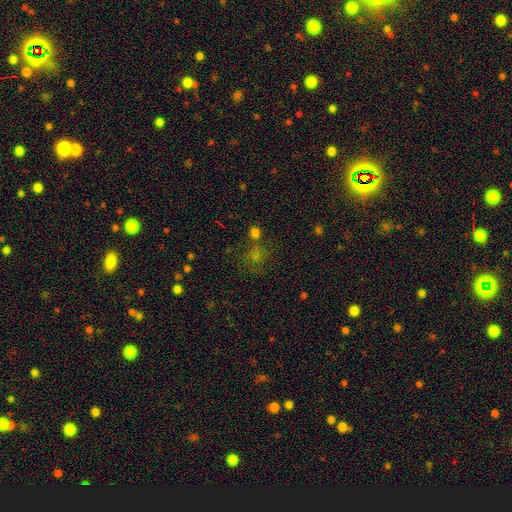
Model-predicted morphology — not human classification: Smooth or featured: smooth — 47% (star or artifact — 40%)
Merging: none — 61% (minor disturbance — 14%)